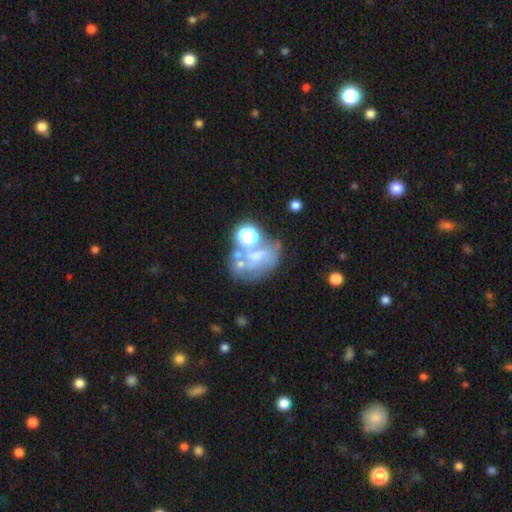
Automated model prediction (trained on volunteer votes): smooth_or_featured: featured or disk (p=0.46) [alt: smooth p=0.34]
merging: none (p=0.34) [alt: merger p=0.28]